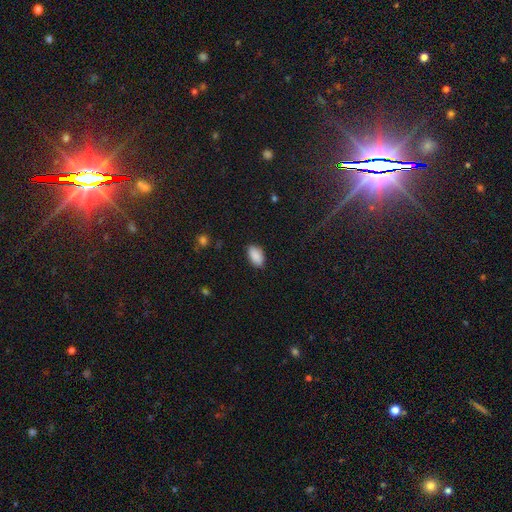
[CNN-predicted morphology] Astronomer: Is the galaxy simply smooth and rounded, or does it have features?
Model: smooth — 89%.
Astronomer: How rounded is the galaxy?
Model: in between — 94%.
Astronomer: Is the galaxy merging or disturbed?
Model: none — 87%.